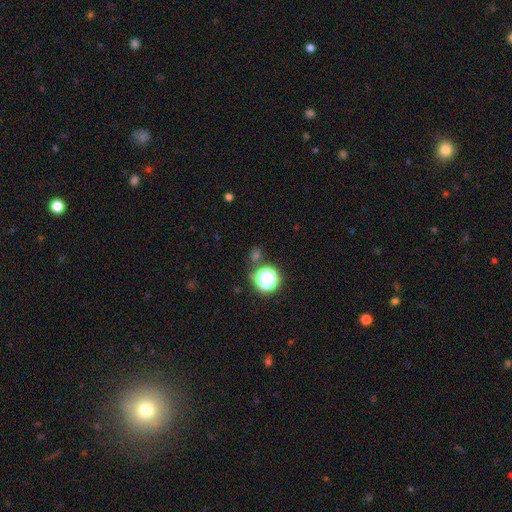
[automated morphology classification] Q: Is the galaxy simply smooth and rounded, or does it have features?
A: star or artifact — 51%.